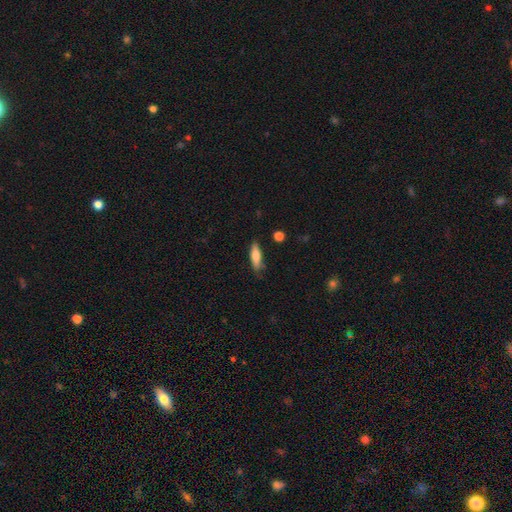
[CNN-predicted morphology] This appears to be a smooth galaxy with no disk features (74%) that is cigar-shaped (60%). Merging: none (75%).